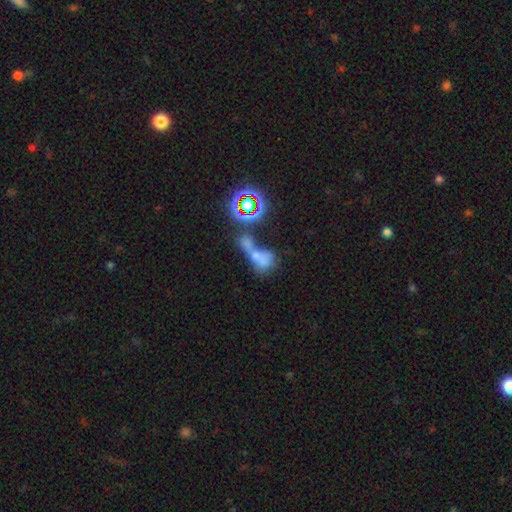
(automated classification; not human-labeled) This is marginally a smooth galaxy (39%). Merging: likely merger (61%).